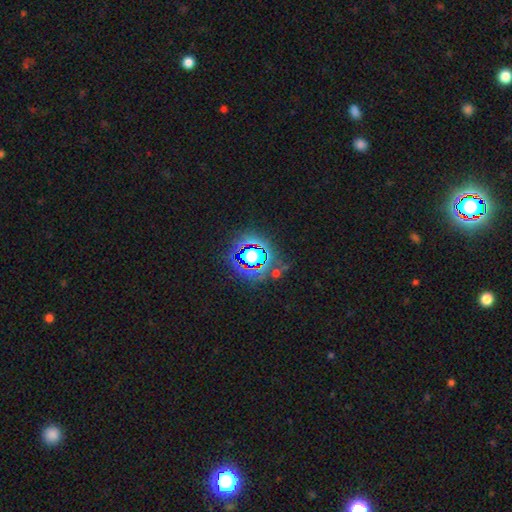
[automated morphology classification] star or artifact 79%, smooth 12%, featured or disk 8%.